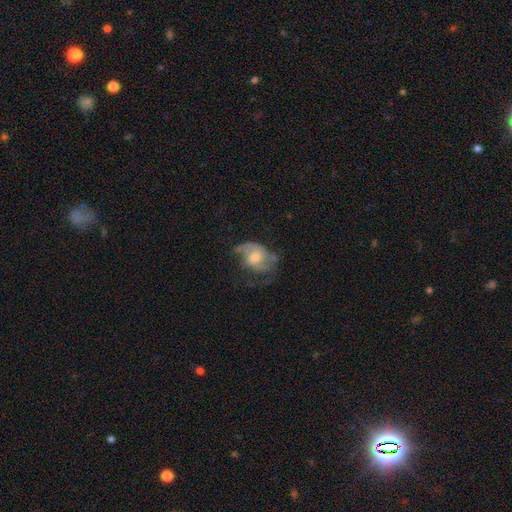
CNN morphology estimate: Smooth or featured?
  - featured or disk: 62% *
  - smooth: 28%
  - star or artifact: 9%
Edge-on disk?
  - no: 96% *
  - yes: 4%
Bar?
  - no: 68% *
  - weak: 28%
  - strong: 5%
Spiral arms?
  - yes: 75% *
  - no: 25%
Bulge size?
  - moderate: 53% *
  - small: 19%
  - large: 19%
  - none: 7%
  - dominant: 2%
Merging?
  - none: 43% *
  - major disturbance: 29%
  - minor disturbance: 26%
  - merger: 2%